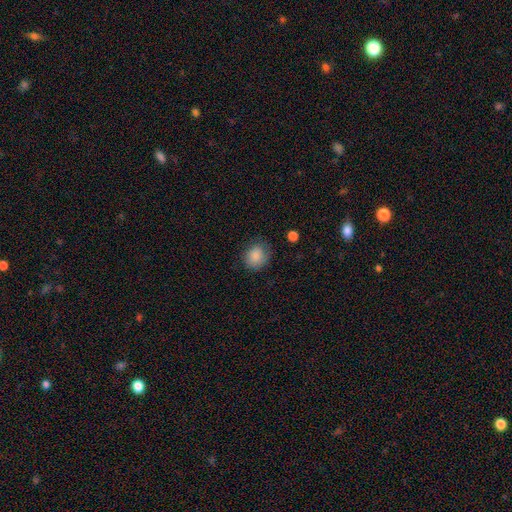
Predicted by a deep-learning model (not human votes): smooth_or_featured: smooth (p=0.86) [alt: star or artifact p=0.08]
how_rounded: round (p=0.69) [alt: in between p=0.31]
merging: none (p=0.72) [alt: minor disturbance p=0.21]